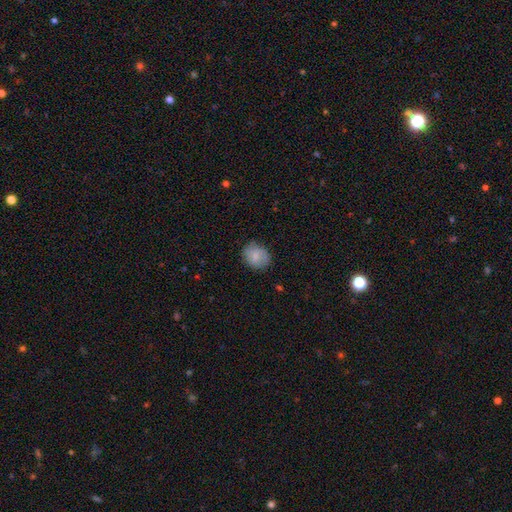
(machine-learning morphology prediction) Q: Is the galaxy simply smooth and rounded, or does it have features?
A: smooth — 78%.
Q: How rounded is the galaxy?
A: round — 63%.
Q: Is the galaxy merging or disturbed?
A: none — 78%.